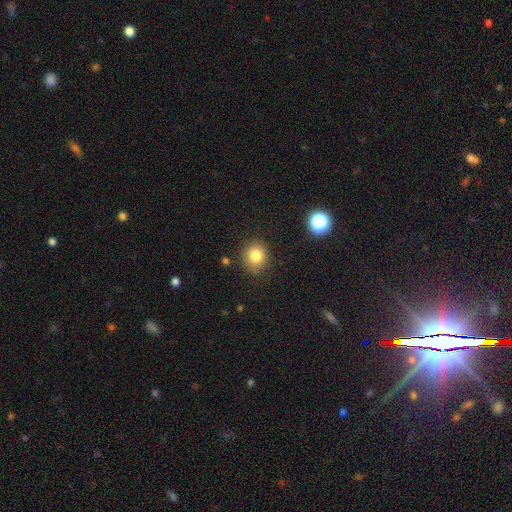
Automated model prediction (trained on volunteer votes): Smooth or featured: smooth — 81% (star or artifact — 12%)
How rounded: round — 75% (in between — 24%)
Merging: none — 84% (minor disturbance — 11%)